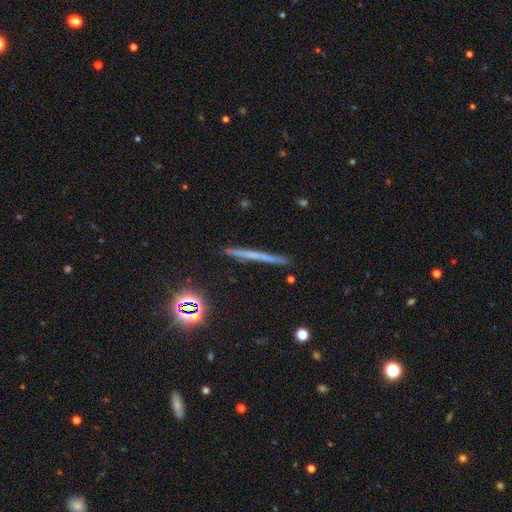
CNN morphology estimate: This appears to be a featured or disk galaxy (43%, tied with smooth). Merging: none (90%).